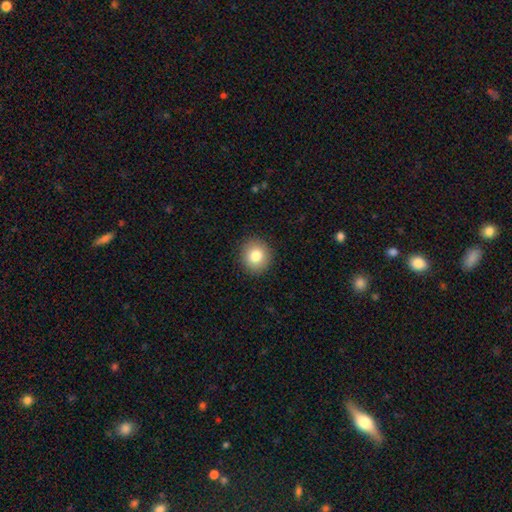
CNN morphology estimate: Overall: smooth (81%). How rounded: round (86%). Merging: none (91%).